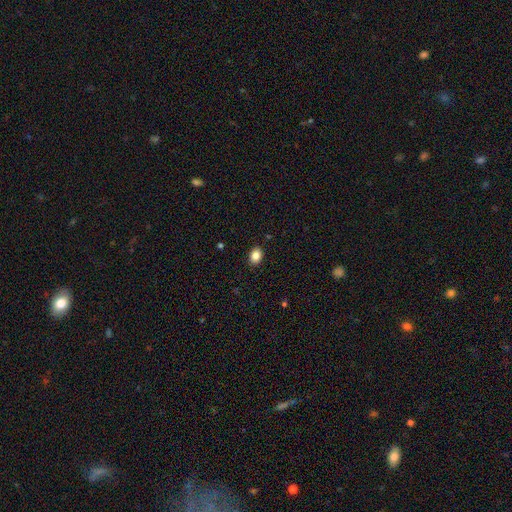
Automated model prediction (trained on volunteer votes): Smooth or featured?
  - smooth: 86% *
  - star or artifact: 9%
  - featured or disk: 5%
How rounded?
  - in between: 71% *
  - round: 28%
  - cigar-shaped: 1%
Merging?
  - none: 90% *
  - minor disturbance: 8%
  - major disturbance: 2%
  - merger: 1%